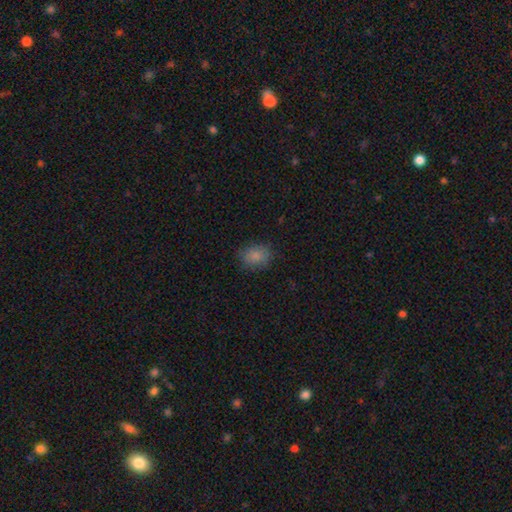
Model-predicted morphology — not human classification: Overall: smooth (84%). How rounded: in between (56%; round 43%). Merging: none (79%).